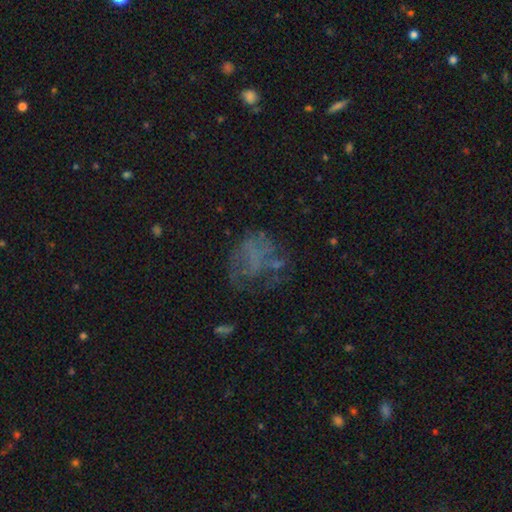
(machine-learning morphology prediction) A featured or disk galaxy (49%). Merging: none (39%).